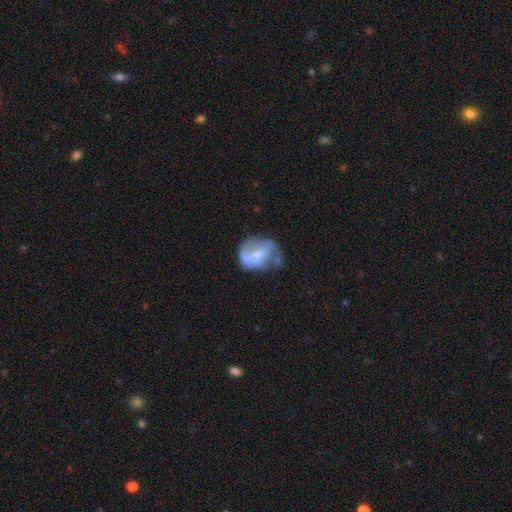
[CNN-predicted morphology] smooth-or-featured: featured or disk: 57% | smooth: 35% | star or artifact: 8%
  disk-edge-on: no: 98% | yes: 2%
    bar: no: 43% | weak: 41% | strong: 16%
    has-spiral-arms: yes: 54% | no: 46%
    bulge-size: none: 38% | moderate: 29% | small: 24% | large: 8% | dominant: 2%
  merging: none: 38% | major disturbance: 29% | minor disturbance: 28% | merger: 6%